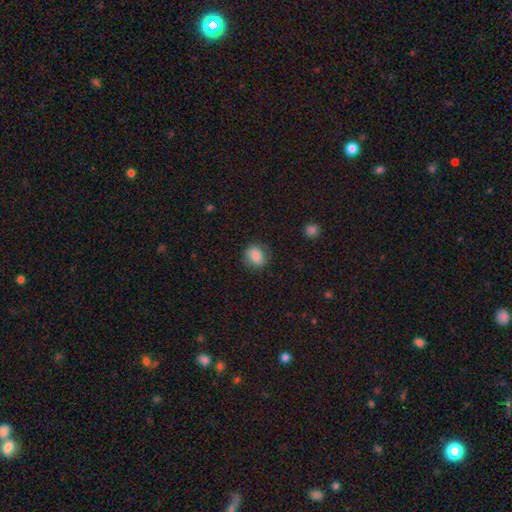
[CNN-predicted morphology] smooth-or-featured: smooth: 79% | featured or disk: 12% | star or artifact: 9%
  how-rounded: round: 62% | in between: 37% | cigar-shaped: 1%
  merging: none: 77% | minor disturbance: 16% | major disturbance: 6% | merger: 1%